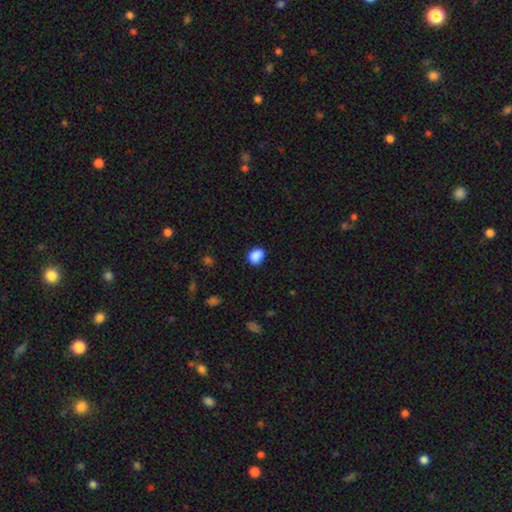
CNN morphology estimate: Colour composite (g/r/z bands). It shows a smooth galaxy with no disk features (88%) that is in between round and cigar-shaped (56%). Merging: none (78%).